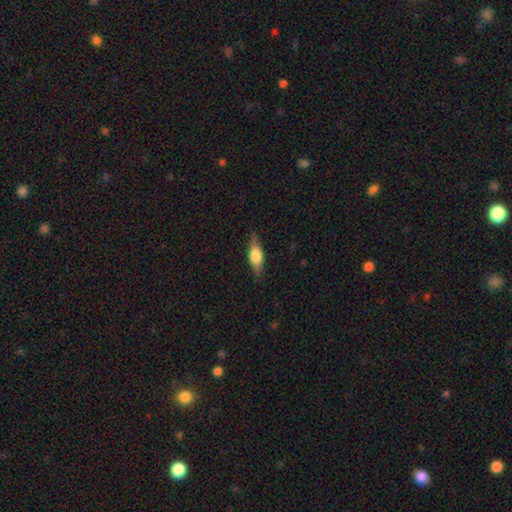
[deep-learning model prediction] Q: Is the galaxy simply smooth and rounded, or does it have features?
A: smooth — 49%.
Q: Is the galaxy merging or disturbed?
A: none — 84%.